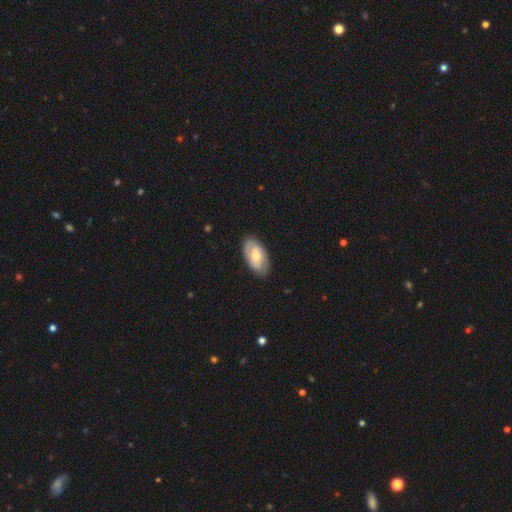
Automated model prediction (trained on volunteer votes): smooth-or-featured: smooth: 49% | featured or disk: 46% | star or artifact: 6%
  merging: none: 84% | minor disturbance: 12% | major disturbance: 3% | merger: 1%